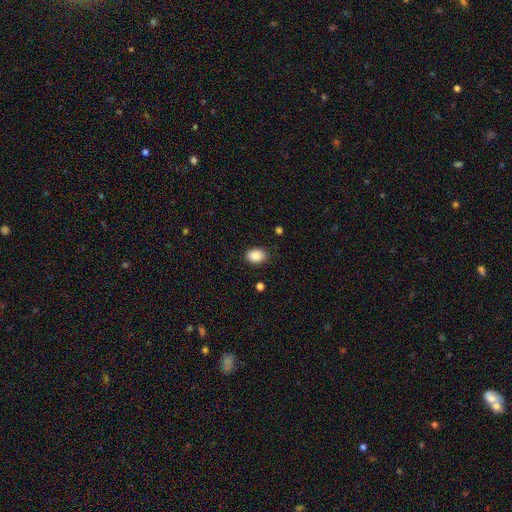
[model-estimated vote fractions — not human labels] This is clearly a smooth galaxy (88%). How rounded: likely in between (79%). Merging: clearly none (86%).